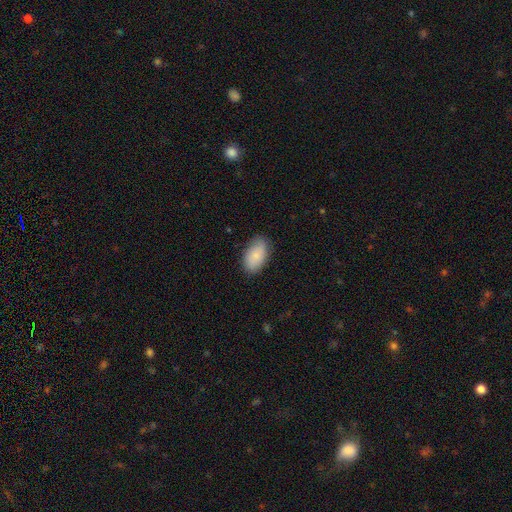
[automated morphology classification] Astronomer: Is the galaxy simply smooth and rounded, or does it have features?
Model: smooth — 83%.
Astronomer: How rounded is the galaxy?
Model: in between — 93%.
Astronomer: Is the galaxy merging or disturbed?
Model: none — 81%.